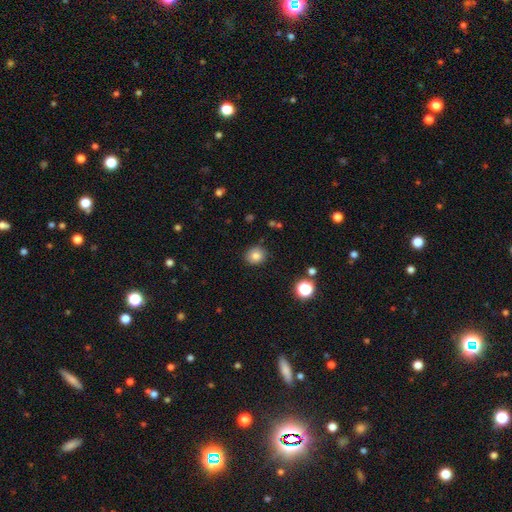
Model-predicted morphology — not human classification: This is clearly a smooth galaxy (81%). How rounded: likely round (75%). Merging: clearly none (87%).